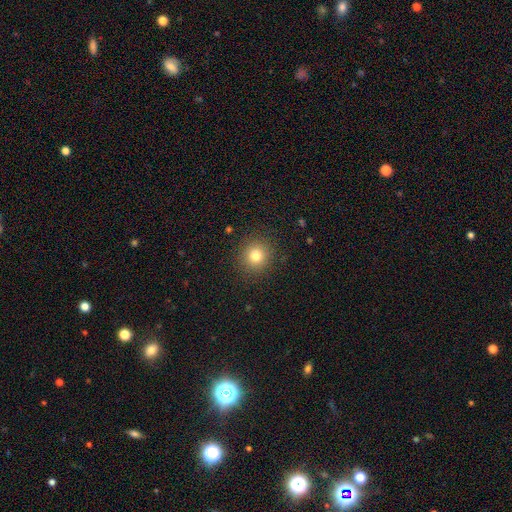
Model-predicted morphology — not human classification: Smooth or featured: smooth — 79% (star or artifact — 13%)
How rounded: round — 91% (in between — 8%)
Merging: none — 90% (minor disturbance — 6%)